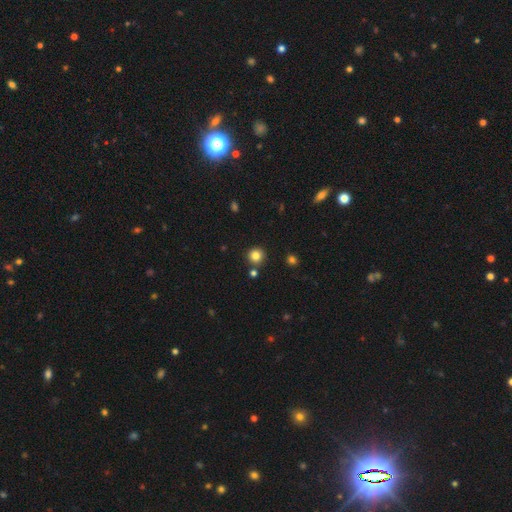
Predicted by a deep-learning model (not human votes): Smooth or featured? Predicted: smooth (p=0.83). How rounded? Predicted: round (p=0.94). Merging? Predicted: none (p=0.86).